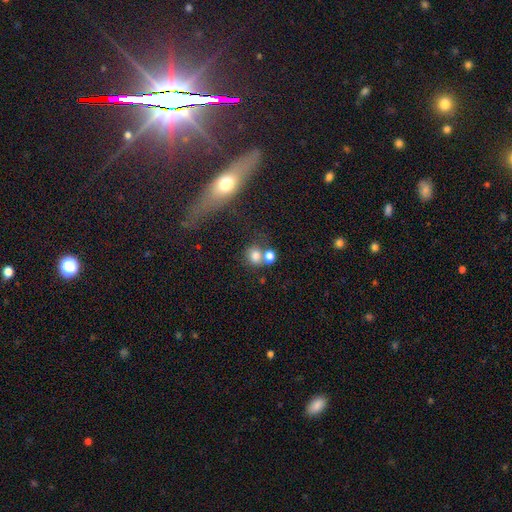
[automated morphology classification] smooth 77%, star or artifact 13%, featured or disk 11%. Down the decision tree: how rounded — round (72%); merging — none (45%).